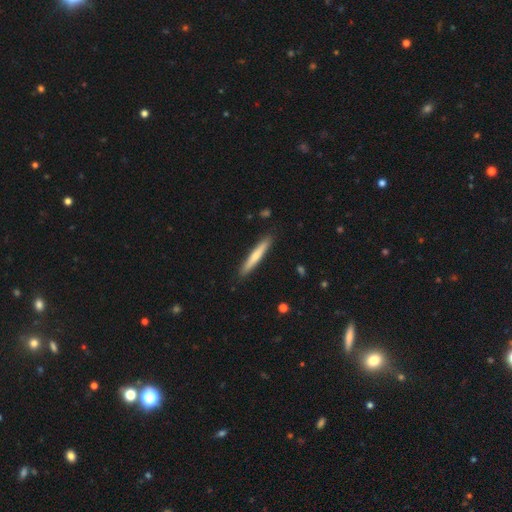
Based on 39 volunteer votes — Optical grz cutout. It shows a smooth galaxy with no disk features (56%) that is cigar-shaped (100%). Merging: none (94%).